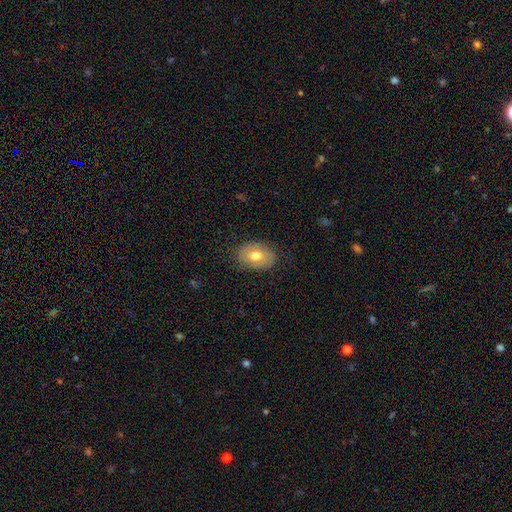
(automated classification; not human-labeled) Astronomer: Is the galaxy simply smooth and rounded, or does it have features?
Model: smooth — 67%.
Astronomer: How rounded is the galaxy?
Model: in between — 81%.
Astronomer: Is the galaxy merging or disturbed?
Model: none — 83%.